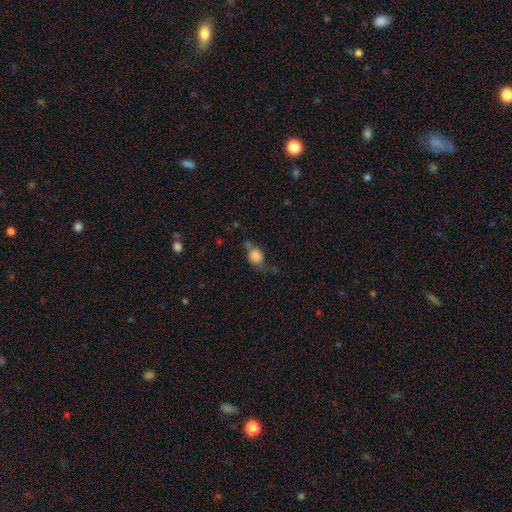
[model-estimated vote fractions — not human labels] Smooth or featured? smooth (66%)
How rounded? round (58%)
Merging? none (45%)